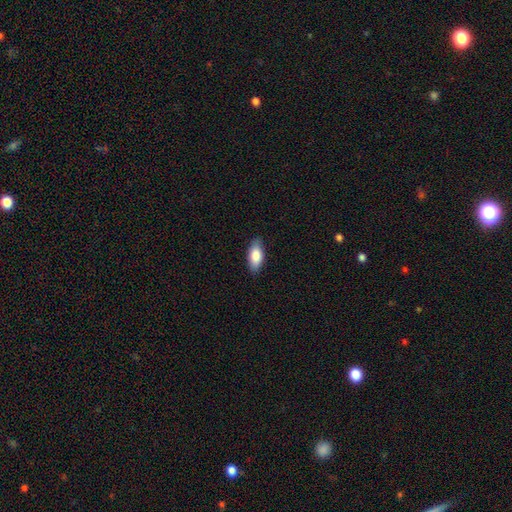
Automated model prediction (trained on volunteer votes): A smooth galaxy with no disk features (83%) that is in between round and cigar-shaped (88%). Merging: none (85%).